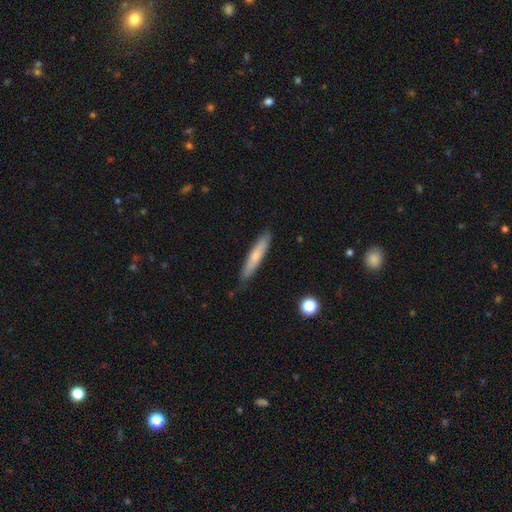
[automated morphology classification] A smooth galaxy with no disk features (67%) that is cigar-shaped (89%). Merging: none (82%).